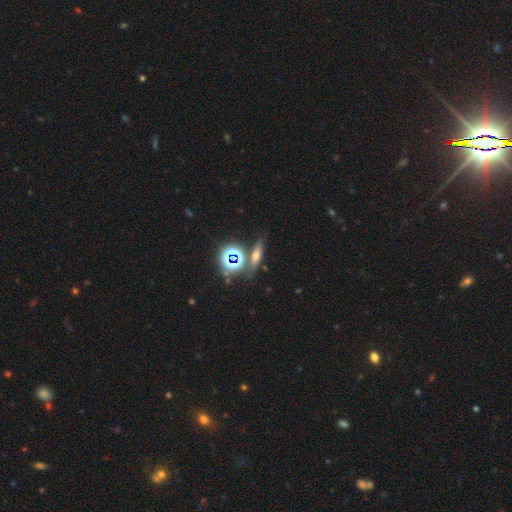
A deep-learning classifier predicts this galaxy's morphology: Smooth or featured?
  - smooth: 42% *
  - star or artifact: 35%
  - featured or disk: 23%
Merging?
  - none: 74% *
  - minor disturbance: 11%
  - merger: 11%
  - major disturbance: 4%